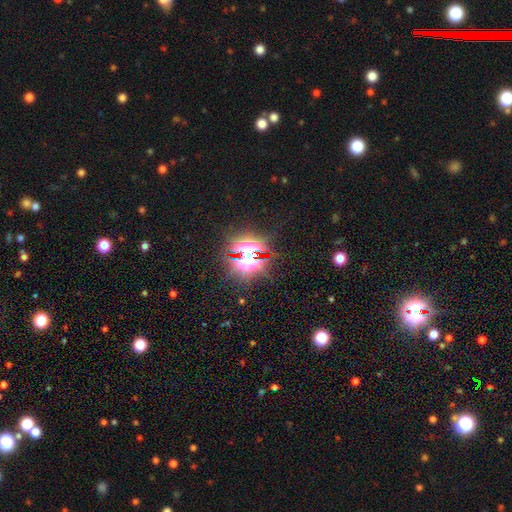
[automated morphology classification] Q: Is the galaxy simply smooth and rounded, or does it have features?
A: star or artifact — 75%.